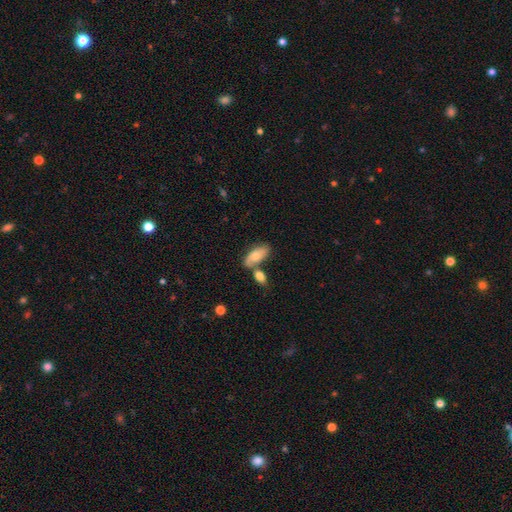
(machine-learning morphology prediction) Overall: smooth (73%). How rounded: in between (84%). Merging: none (49%; merger 32%).